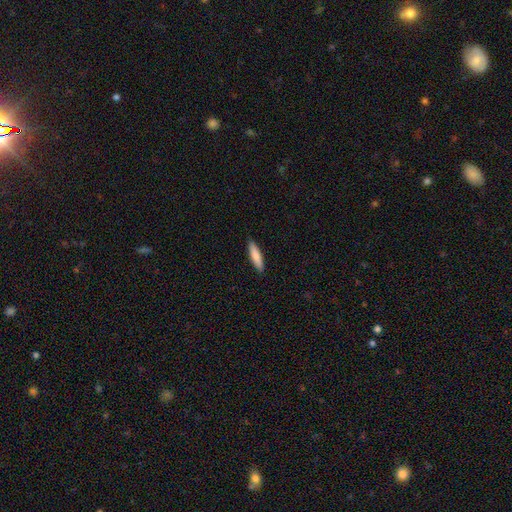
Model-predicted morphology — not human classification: This is clearly a smooth galaxy (83%). How rounded: likely cigar-shaped (76%). Merging: clearly none (89%).